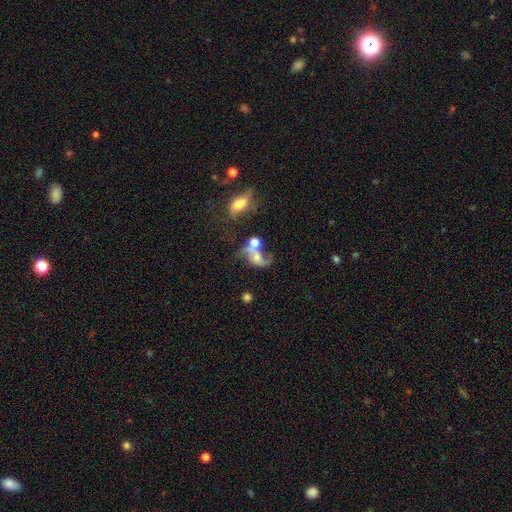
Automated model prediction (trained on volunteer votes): Smooth or featured? Predicted: featured or disk (p=0.59). Edge-on disk? Predicted: no (p=0.96). Bar? Predicted: no (p=0.65). Spiral arms? Predicted: yes (p=0.75). Bulge size? Predicted: moderate (p=0.40). Merging? Predicted: merger (p=0.40).